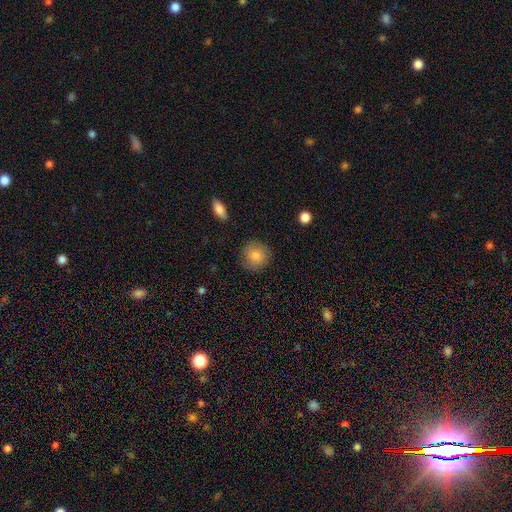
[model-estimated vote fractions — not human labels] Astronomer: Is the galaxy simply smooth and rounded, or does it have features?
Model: smooth — 85%.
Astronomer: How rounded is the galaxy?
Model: round — 91%.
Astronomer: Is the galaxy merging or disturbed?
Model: none — 85%.